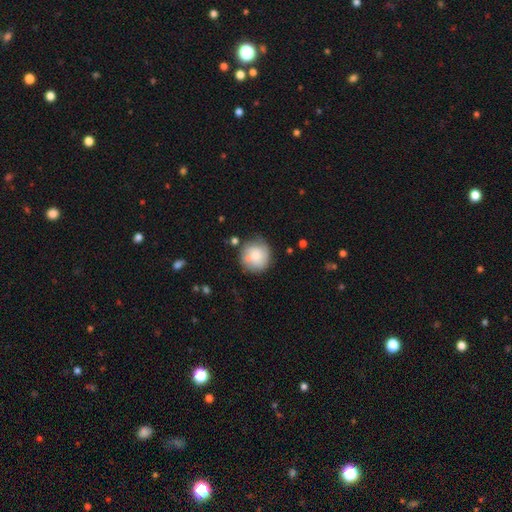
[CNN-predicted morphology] A smooth galaxy with no disk features (64%) that is round (90%). Merging: none (71%).